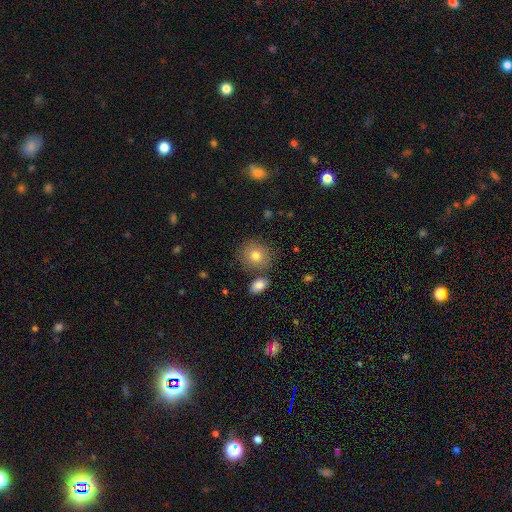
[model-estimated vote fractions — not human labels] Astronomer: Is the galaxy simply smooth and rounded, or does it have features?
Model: smooth — 79%.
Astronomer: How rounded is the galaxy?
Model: round — 81%.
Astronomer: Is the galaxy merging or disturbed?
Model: none — 77%.